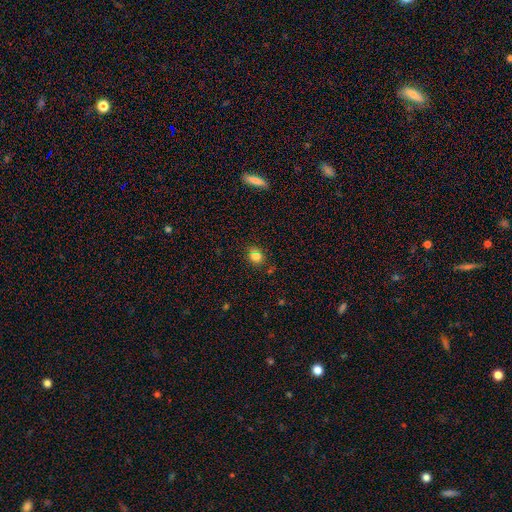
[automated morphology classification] A smooth galaxy with no disk features (80%) that is round (69%). Merging: none (82%).